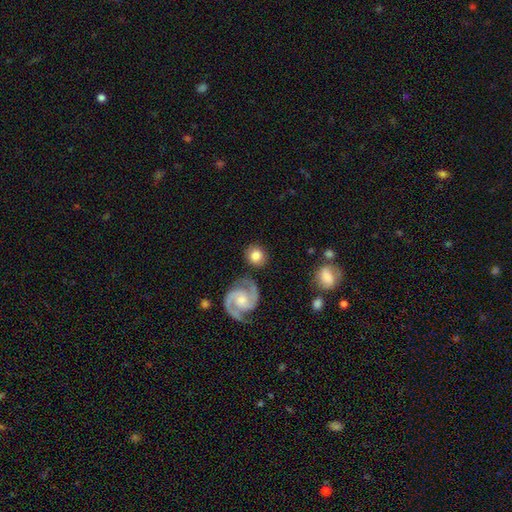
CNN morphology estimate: smooth_or_featured: smooth (p=0.68) [alt: featured or disk p=0.25]
how_rounded: round (p=0.84) [alt: in between p=0.15]
merging: none (p=0.80) [alt: minor disturbance p=0.11]